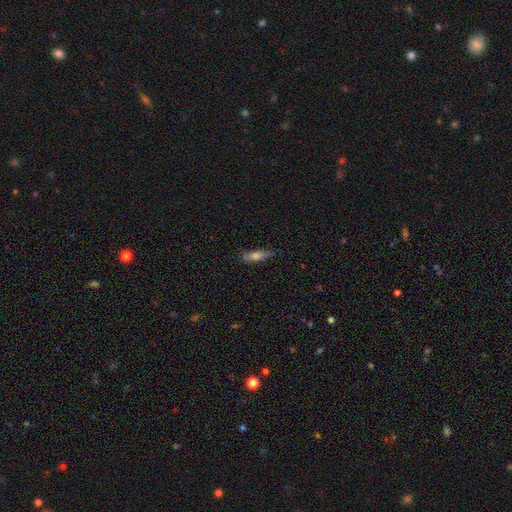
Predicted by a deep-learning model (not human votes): smooth_or_featured: smooth (p=0.64) [alt: featured or disk p=0.27]
how_rounded: cigar-shaped (p=0.62) [alt: in between p=0.35]
merging: none (p=0.71) [alt: minor disturbance p=0.22]